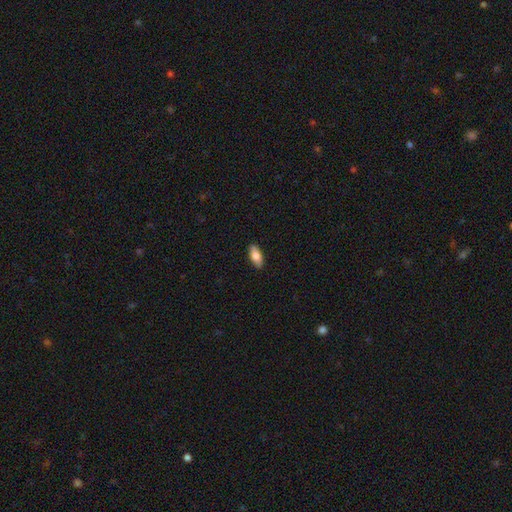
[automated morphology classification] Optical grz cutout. It shows a smooth galaxy with no disk features (75%) that is in between round and cigar-shaped (79%). Merging: none (89%).